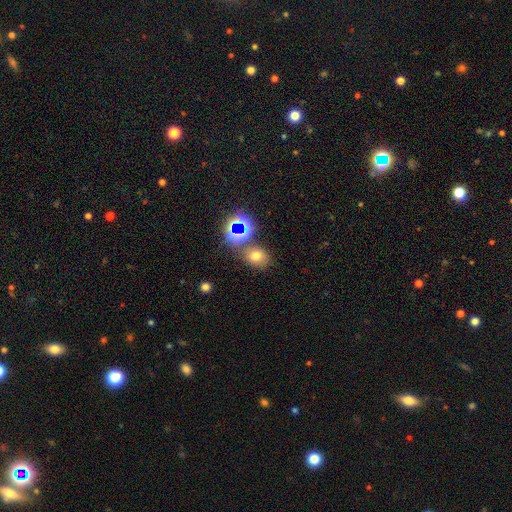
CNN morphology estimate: This appears to be a smooth galaxy with no disk features (62%) that is in between round and cigar-shaped (54%). Merging: none (70%).